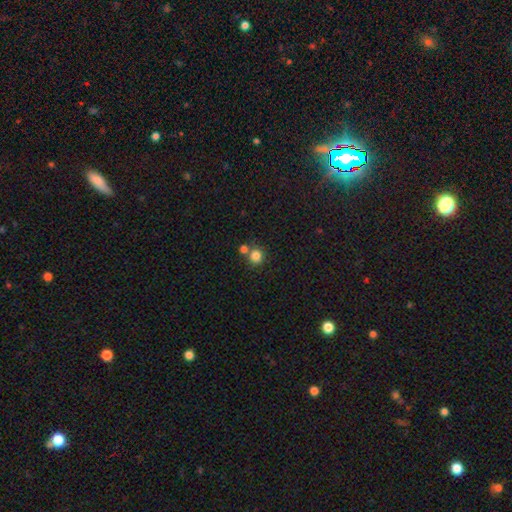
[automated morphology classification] Smooth or featured? smooth (82%)
How rounded? round (91%)
Merging? none (65%)